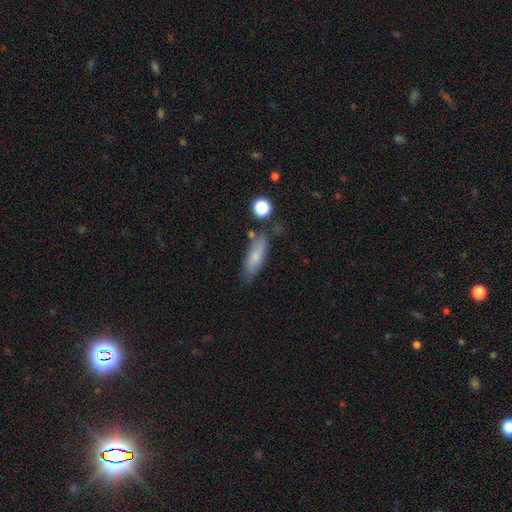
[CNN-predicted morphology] This appears to be a smooth galaxy with no disk features (76%) that is in between round and cigar-shaped (56%). Merging: none (69%).